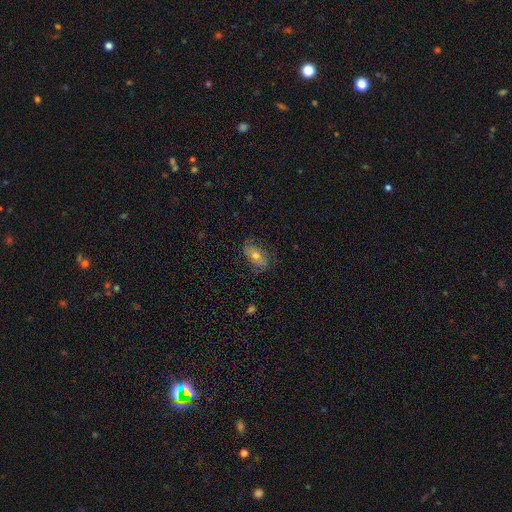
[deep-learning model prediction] This is possibly a smooth galaxy (52%). How rounded: clearly in between (81%). Merging: likely none (72%).